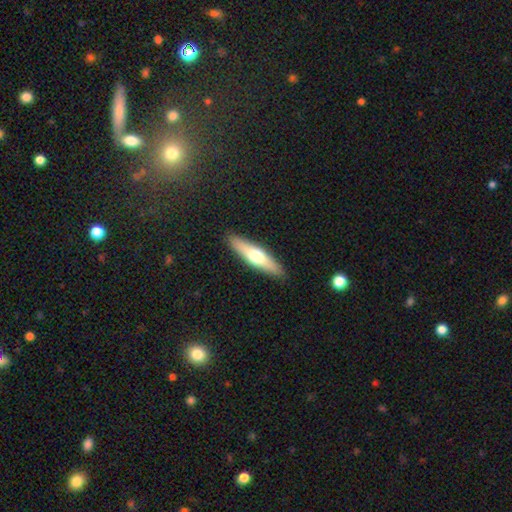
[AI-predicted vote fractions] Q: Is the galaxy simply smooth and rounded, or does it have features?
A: smooth — 52%.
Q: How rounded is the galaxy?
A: cigar-shaped — 74%.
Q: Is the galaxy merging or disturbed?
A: none — 90%.